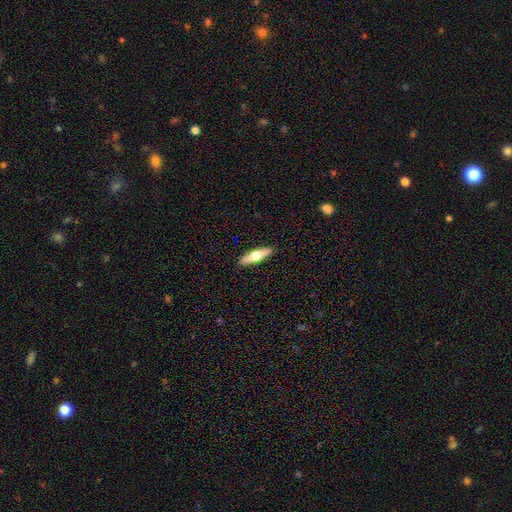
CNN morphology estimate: Smooth or featured?
  - smooth: 51% *
  - featured or disk: 44%
  - star or artifact: 5%
How rounded?
  - cigar-shaped: 69% *
  - in between: 29%
  - round: 2%
Merging?
  - none: 91% *
  - minor disturbance: 7%
  - major disturbance: 2%
  - merger: 1%